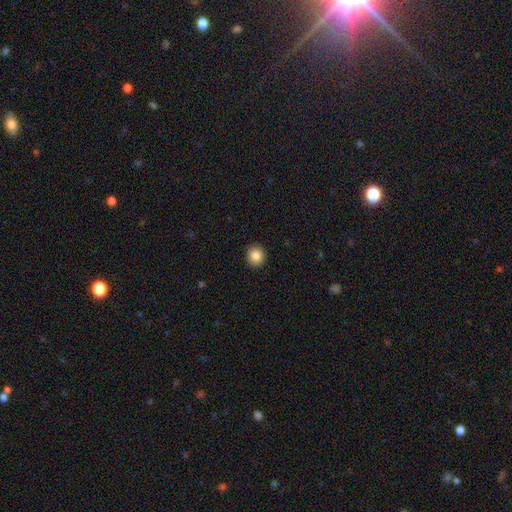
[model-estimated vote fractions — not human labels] Q: Smooth or featured?
A: smooth (85%); runner-up: star or artifact (9%)
Q: How rounded?
A: round (85%); runner-up: in between (14%)
Q: Merging?
A: none (91%); runner-up: minor disturbance (6%)